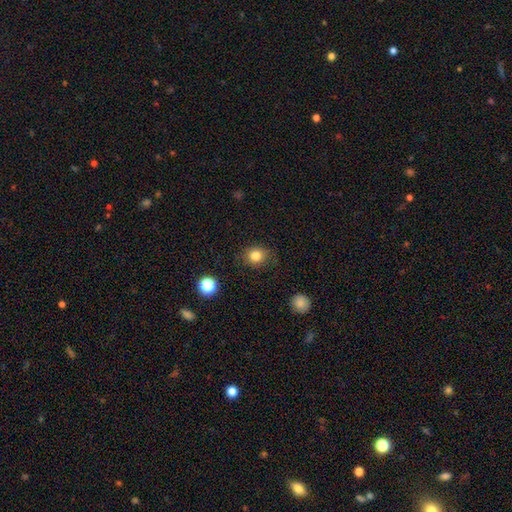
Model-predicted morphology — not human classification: The model was most divided on "how rounded": round: 71%, in between: 28%, cigar-shaped: 1%. More confident: smooth or featured — smooth (82%); merging — none (80%).